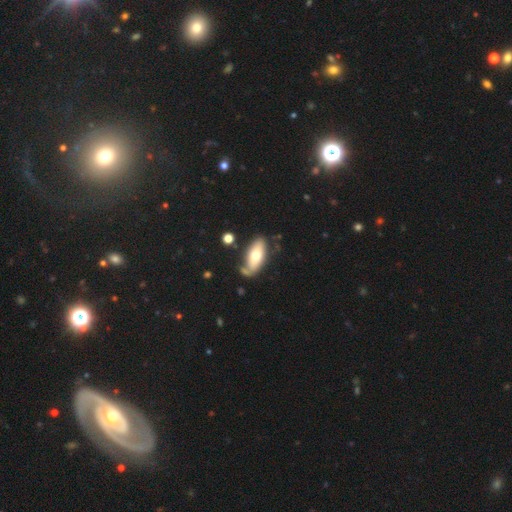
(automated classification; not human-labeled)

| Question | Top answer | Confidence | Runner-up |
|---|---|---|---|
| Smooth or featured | smooth | 63% | featured or disk (31%) |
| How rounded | in between | 85% | cigar-shaped (13%) |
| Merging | none | 63% | minor disturbance (21%) |